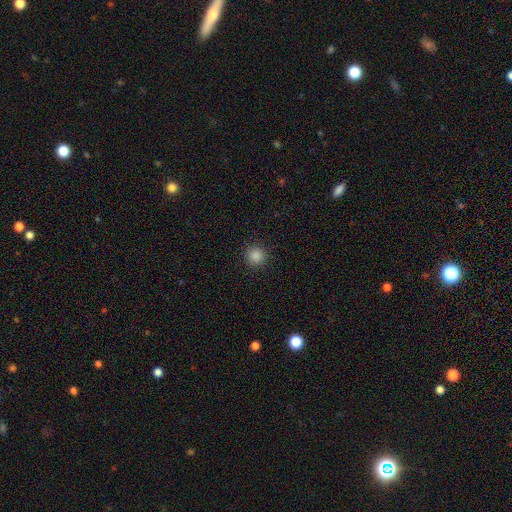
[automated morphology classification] The model was most divided on "smooth or featured": smooth: 86%, star or artifact: 11%, featured or disk: 3%. More confident: how rounded — round (95%); merging — none (92%).